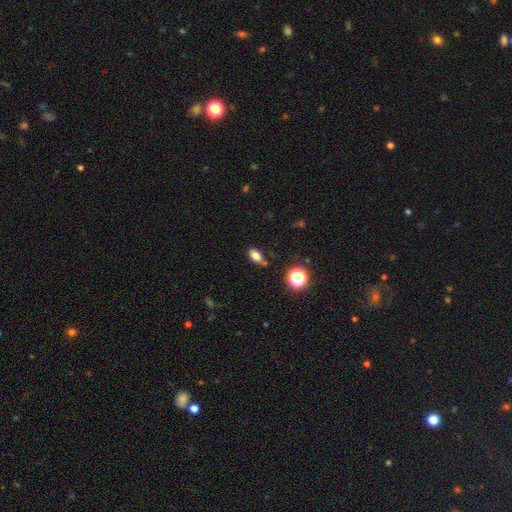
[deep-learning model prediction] The model was most divided on "merging": none: 73%, minor disturbance: 18%, merger: 5%, major disturbance: 4%. More confident: how rounded — in between (84%); smooth or featured — smooth (79%).